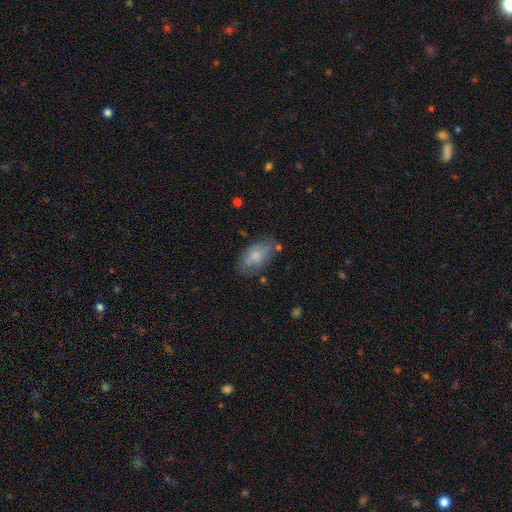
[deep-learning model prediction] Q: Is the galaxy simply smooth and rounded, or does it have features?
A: smooth — 74%.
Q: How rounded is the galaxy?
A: in between — 93%.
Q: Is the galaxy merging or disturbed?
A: none — 67%.